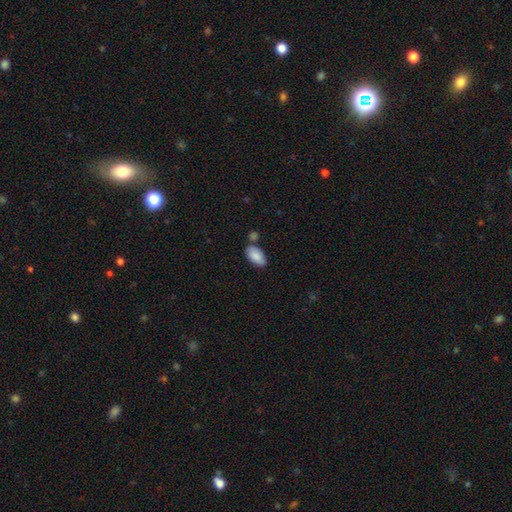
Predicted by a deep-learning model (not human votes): A smooth galaxy with no disk features (87%) that is in between round and cigar-shaped (95%). Merging: none (64%).